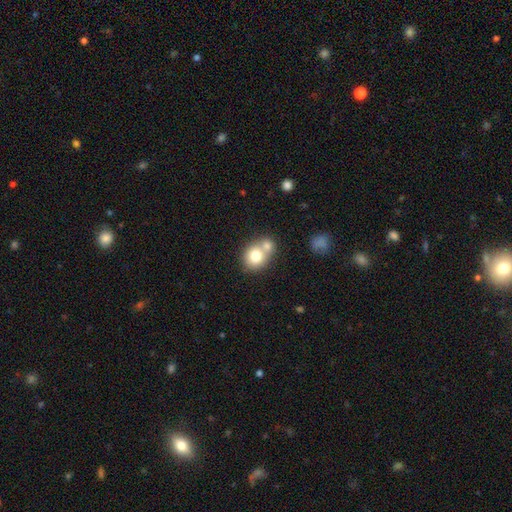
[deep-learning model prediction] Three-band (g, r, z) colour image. It shows a smooth galaxy with no disk features (75%) that is round (71%). Merging: merger (51%).